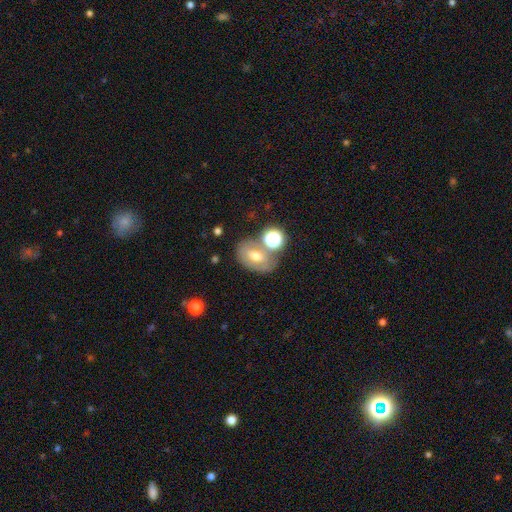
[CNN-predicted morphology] A smooth galaxy with no disk features (53%) that is in between round and cigar-shaped (74%).

Vote fractions:
- Smooth or featured? smooth: 53% / featured or disk: 33% / star or artifact: 13%
- How rounded? in between: 74% / round: 25% / cigar-shaped: 2%
- Merging? none: 55% / merger: 23% / minor disturbance: 15% / major disturbance: 7%